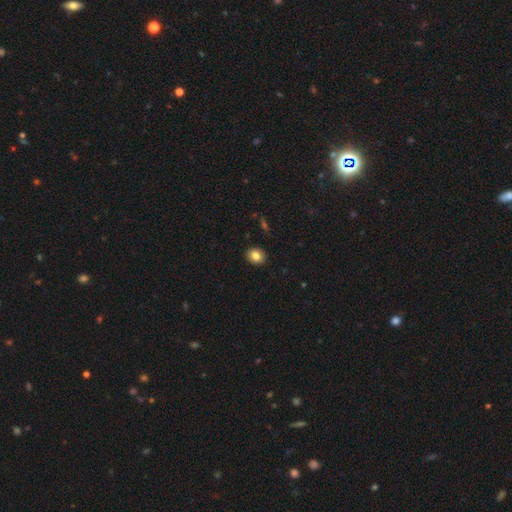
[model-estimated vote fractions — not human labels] This appears to be a smooth galaxy with no disk features (83%) that is round (62%). Merging: none (91%).